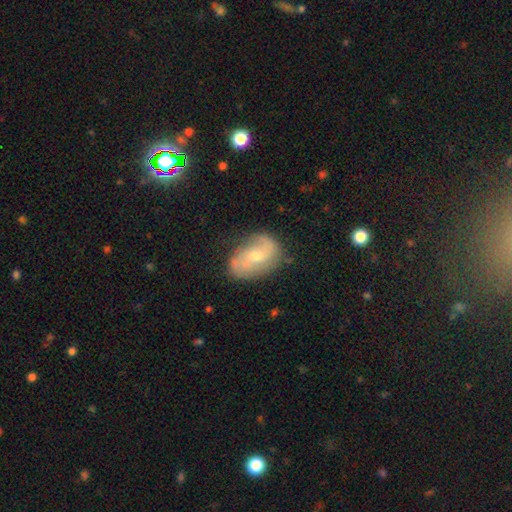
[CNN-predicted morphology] Q: Smooth or featured?
A: featured or disk (72%); runner-up: smooth (20%)
Q: Edge-on disk?
A: no (96%); runner-up: yes (4%)
Q: Bar?
A: no (55%); runner-up: weak (36%)
Q: Spiral arms?
A: yes (89%); runner-up: no (11%)
Q: Spiral winding?
A: medium (40%); runner-up: loose (37%)
Q: Spiral arm count?
A: 2 (73%); runner-up: can't tell (15%)
Q: Bulge size?
A: moderate (50%); runner-up: small (47%)
Q: Merging?
A: none (68%); runner-up: minor disturbance (23%)